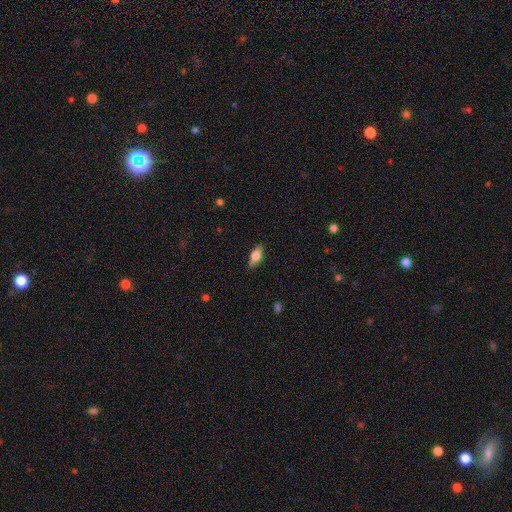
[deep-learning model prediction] smooth_or_featured: smooth (p=0.70) [alt: featured or disk p=0.23]
how_rounded: in between (p=0.80) [alt: cigar-shaped p=0.16]
merging: none (p=0.86) [alt: minor disturbance p=0.11]